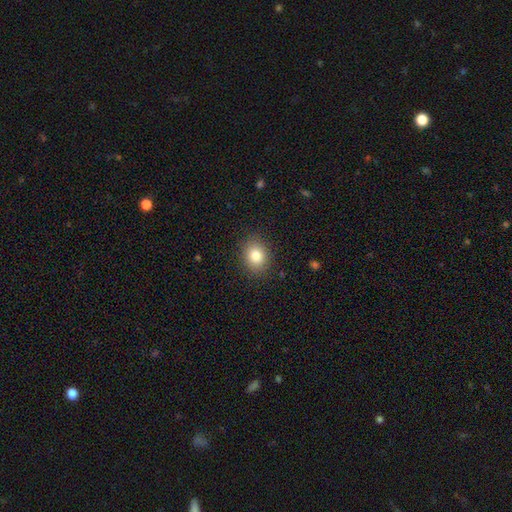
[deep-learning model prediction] smooth_or_featured: smooth (p=0.82) [alt: star or artifact p=0.10]
how_rounded: round (p=0.55) [alt: in between p=0.44]
merging: none (p=0.87) [alt: minor disturbance p=0.09]